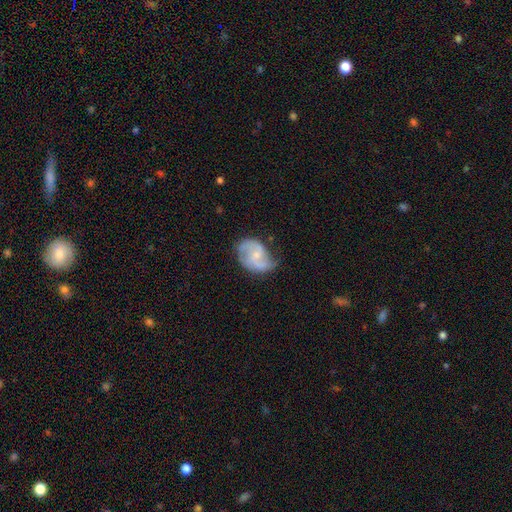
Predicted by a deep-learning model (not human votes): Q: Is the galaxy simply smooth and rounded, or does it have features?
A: featured or disk — 74%.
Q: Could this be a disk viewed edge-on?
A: no — 98%.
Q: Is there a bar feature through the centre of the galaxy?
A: no — 49%.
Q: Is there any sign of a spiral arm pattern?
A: yes — 92%.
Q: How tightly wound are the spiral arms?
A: medium — 46%.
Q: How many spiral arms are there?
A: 2 — 81%.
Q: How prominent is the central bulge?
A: small — 60%.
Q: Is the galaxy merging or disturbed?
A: none — 55%.